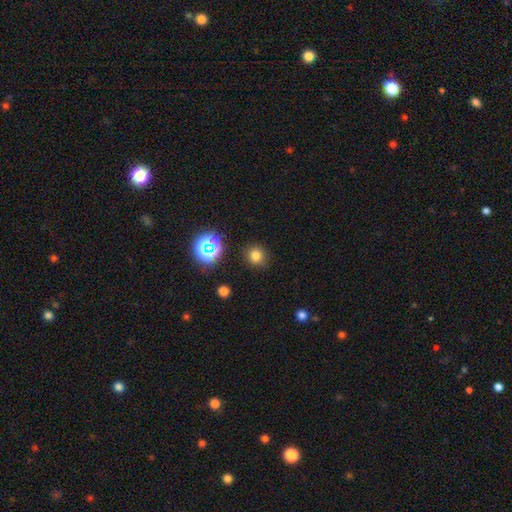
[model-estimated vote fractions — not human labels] This is likely a smooth galaxy (75%). How rounded: clearly round (85%). Merging: clearly none (88%).